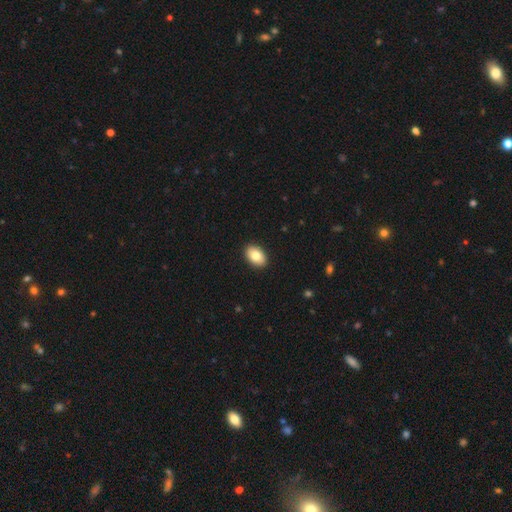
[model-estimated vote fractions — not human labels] Overall: smooth (82%). How rounded: in between (88%). Merging: none (91%).